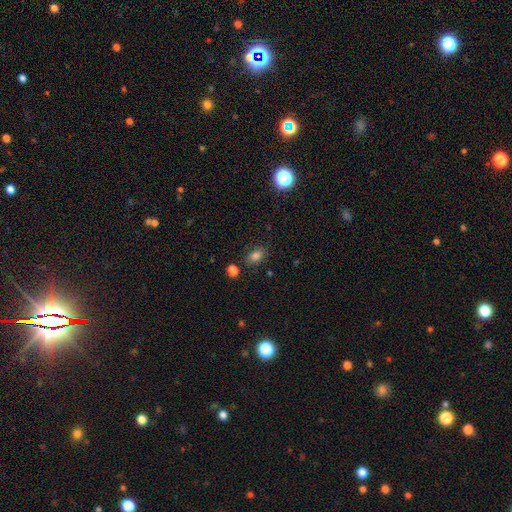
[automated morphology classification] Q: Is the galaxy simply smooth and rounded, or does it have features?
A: smooth — 81%.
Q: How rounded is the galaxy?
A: in between — 78%.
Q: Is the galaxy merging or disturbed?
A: none — 81%.